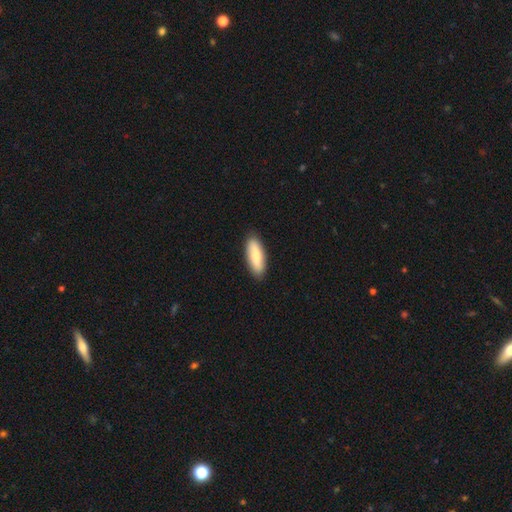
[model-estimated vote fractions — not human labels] Smooth or featured? smooth (76%)
How rounded? in between (55%)
Merging? none (88%)